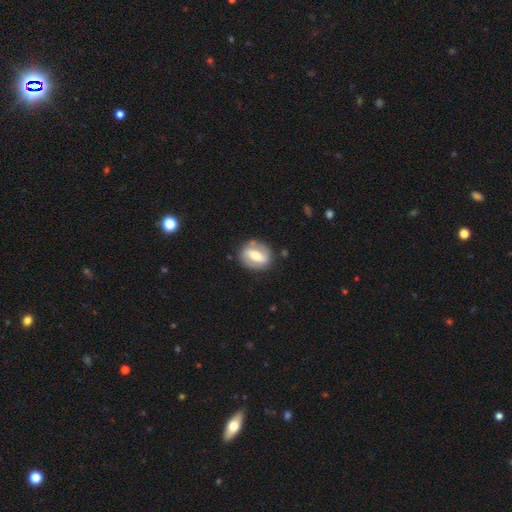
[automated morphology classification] Smooth or featured? featured or disk (64%)
Edge-on disk? no (93%)
Bar? strong (58%)
Spiral arms? yes (60%)
Bulge size? moderate (59%)
Merging? none (81%)